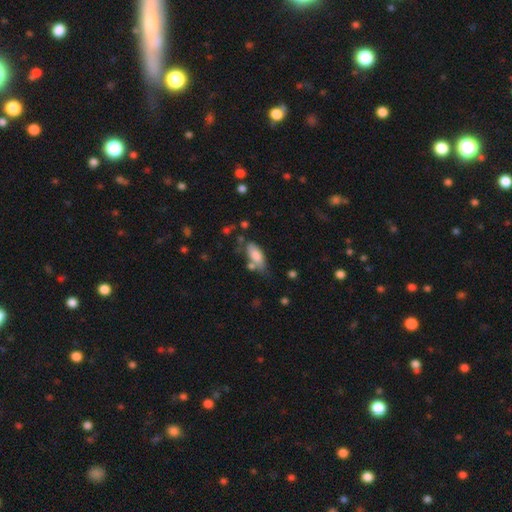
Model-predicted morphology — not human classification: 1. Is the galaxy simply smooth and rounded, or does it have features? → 78% smooth, 15% featured or disk, 7% star or artifact.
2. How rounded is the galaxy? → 82% in between, 16% cigar-shaped, 2% round.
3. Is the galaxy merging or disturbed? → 50% none, 26% minor disturbance, 15% merger, 9% major disturbance.